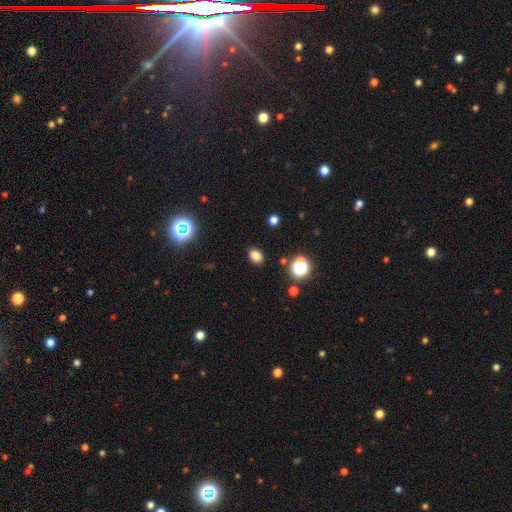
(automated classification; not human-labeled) smooth-or-featured: smooth: 79% | star or artifact: 16% | featured or disk: 5%
  how-rounded: in between: 72% | round: 27% | cigar-shaped: 1%
  merging: none: 87% | minor disturbance: 8% | major disturbance: 3% | merger: 2%